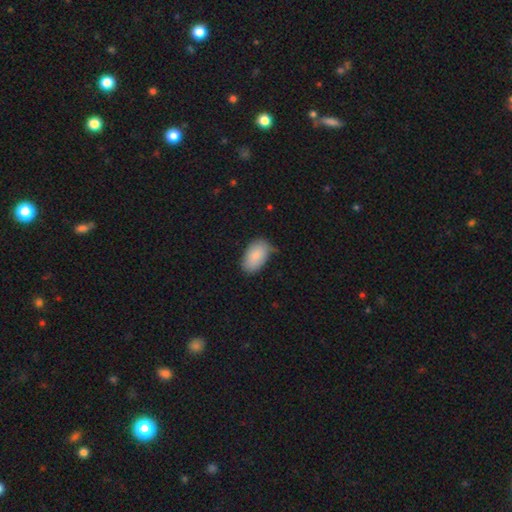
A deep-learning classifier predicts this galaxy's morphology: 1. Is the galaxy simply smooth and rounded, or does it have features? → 86% smooth, 7% featured or disk, 6% star or artifact.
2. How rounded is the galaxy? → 94% in between, 4% round, 2% cigar-shaped.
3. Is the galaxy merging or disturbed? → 66% none, 27% minor disturbance, 5% major disturbance, 2% merger.